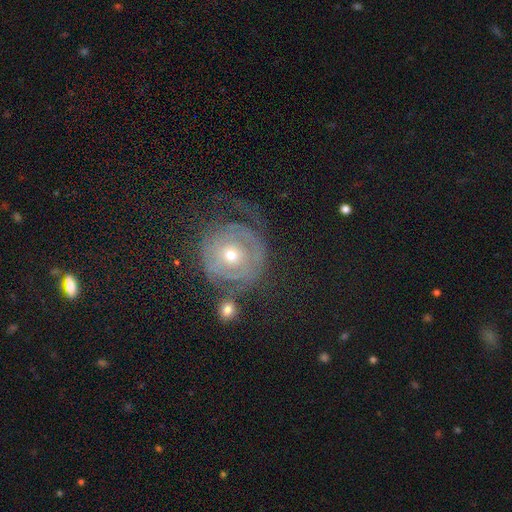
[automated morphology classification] Overall: featured or disk (61%; smooth 21%). Edge-on disk: no (94%). Bar: no (77%). Spiral arms: yes (66%; no 34%). Bulge size: moderate (55%; small 40%). Merging: none (64%).